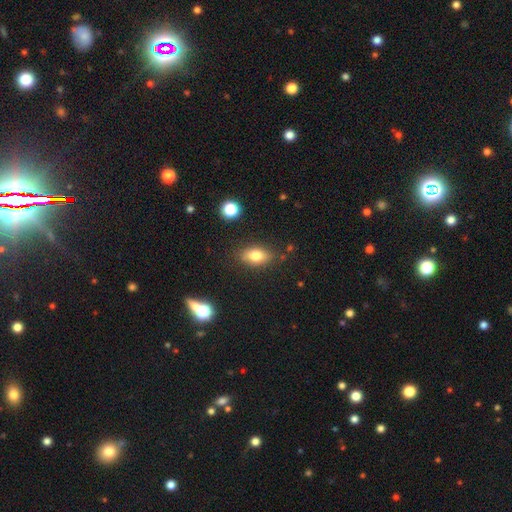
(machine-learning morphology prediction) A smooth galaxy with no disk features (76%) that is in between round and cigar-shaped (83%).

Vote fractions:
- Smooth or featured? smooth: 76% / featured or disk: 15% / star or artifact: 10%
- How rounded? in between: 83% / round: 11% / cigar-shaped: 6%
- Merging? none: 82% / minor disturbance: 12% / major disturbance: 3% / merger: 3%